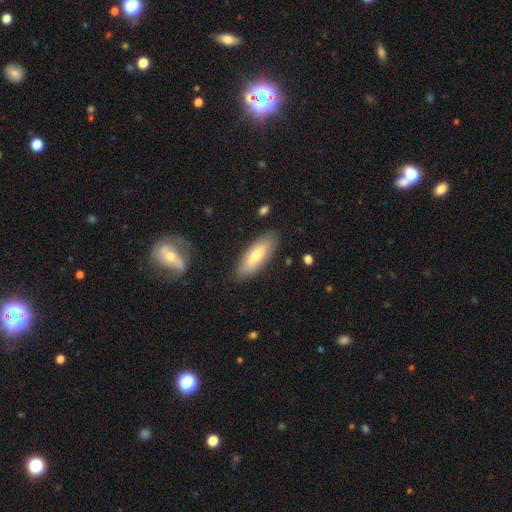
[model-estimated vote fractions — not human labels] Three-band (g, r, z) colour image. It shows a smooth galaxy with no disk features (71%) that is in between round and cigar-shaped (69%). Merging: none (84%).